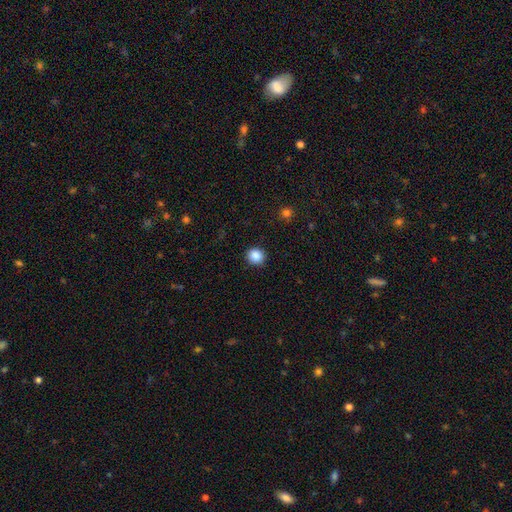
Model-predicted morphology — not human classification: Smooth or featured? Predicted: smooth (p=0.87). How rounded? Predicted: round (p=0.89). Merging? Predicted: none (p=0.91).